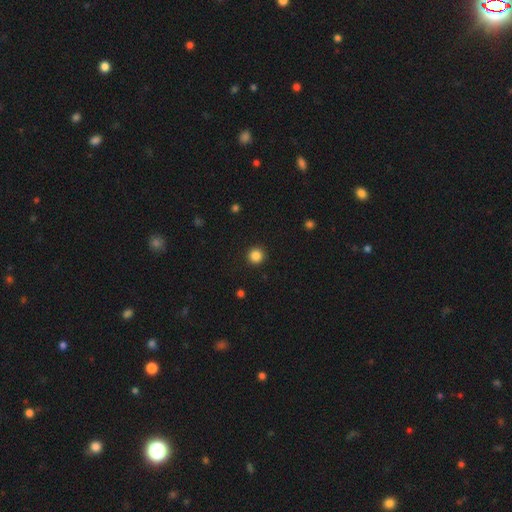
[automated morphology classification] smooth 86%, star or artifact 11%, featured or disk 3%. Down the decision tree: how rounded — round (96%); merging — none (93%).